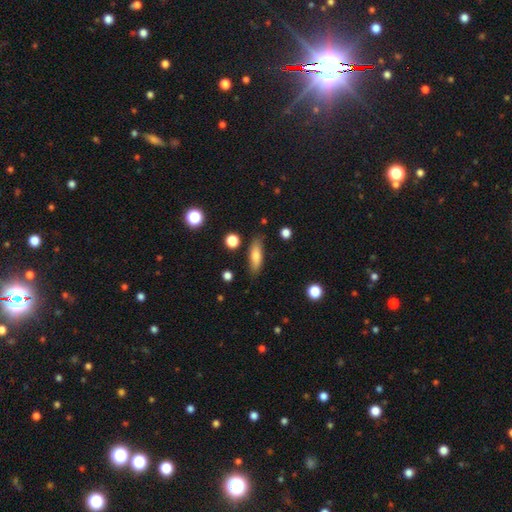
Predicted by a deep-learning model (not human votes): A smooth galaxy with no disk features (73%) that is in between round and cigar-shaped (49%). Merging: none (81%).